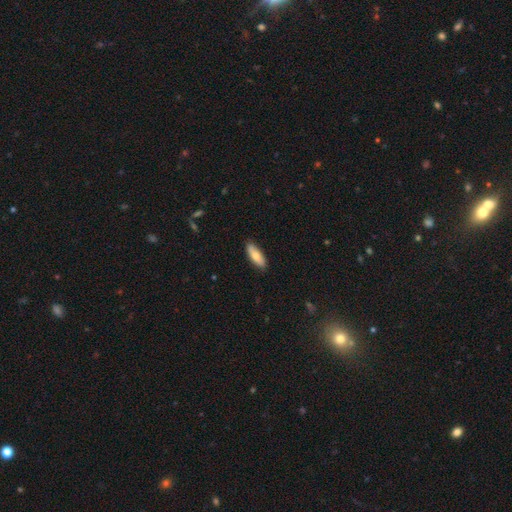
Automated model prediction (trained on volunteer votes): Q: Smooth or featured?
A: smooth (75%); runner-up: featured or disk (19%)
Q: How rounded?
A: in between (66%); runner-up: cigar-shaped (32%)
Q: Merging?
A: none (88%); runner-up: minor disturbance (10%)